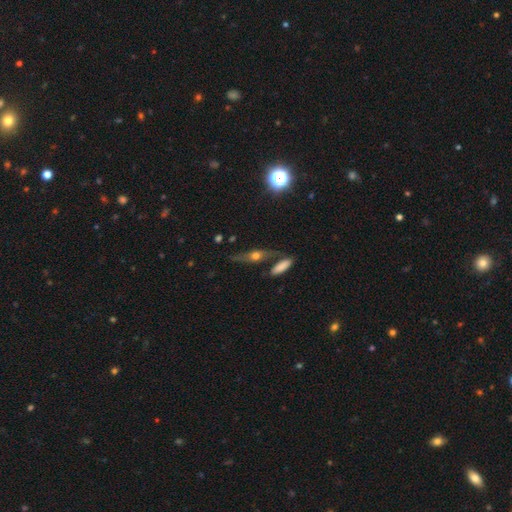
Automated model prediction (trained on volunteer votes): Smooth or featured?
  - featured or disk: 56% *
  - smooth: 32%
  - star or artifact: 12%
Edge-on disk?
  - yes: 81% *
  - no: 19%
Merging?
  - none: 68% *
  - minor disturbance: 17%
  - merger: 8%
  - major disturbance: 7%